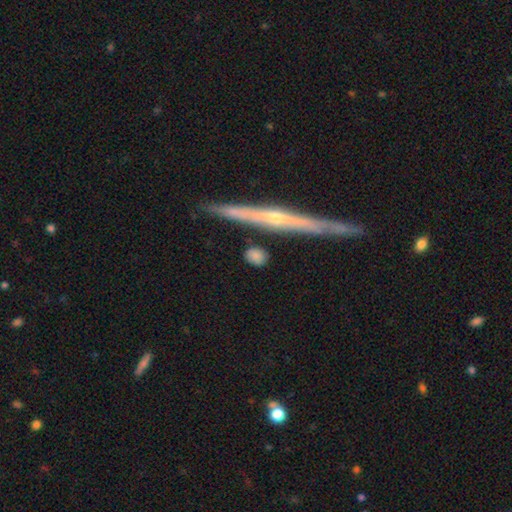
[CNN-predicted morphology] Overall: smooth (76%). How rounded: round (55%; in between 28%). Merging: none (83%).